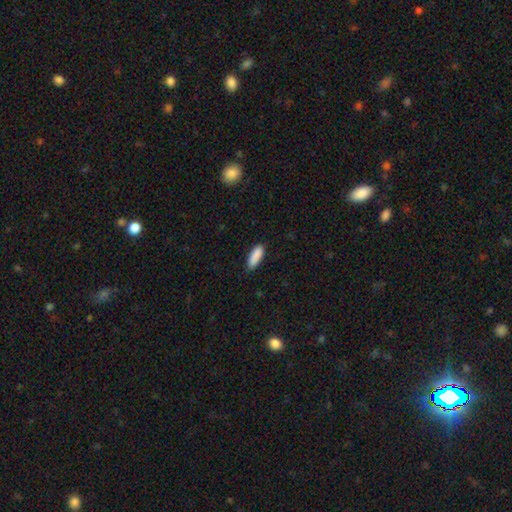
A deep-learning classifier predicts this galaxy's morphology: Smooth or featured? Predicted: smooth (p=0.89). How rounded? Predicted: in between (p=0.62). Merging? Predicted: none (p=0.81).